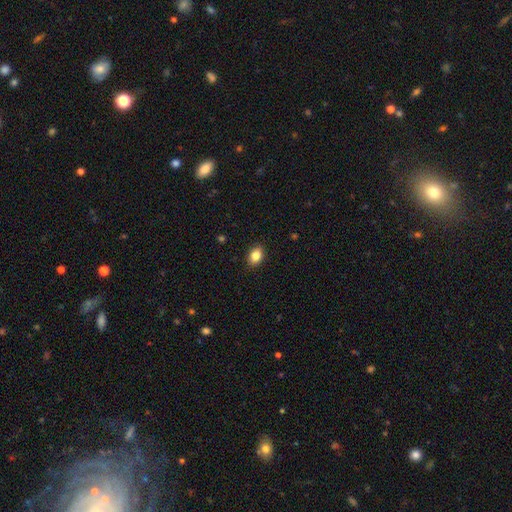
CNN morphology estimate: Smooth or featured: smooth — 84% (star or artifact — 9%)
How rounded: in between — 76% (round — 23%)
Merging: none — 90% (minor disturbance — 8%)